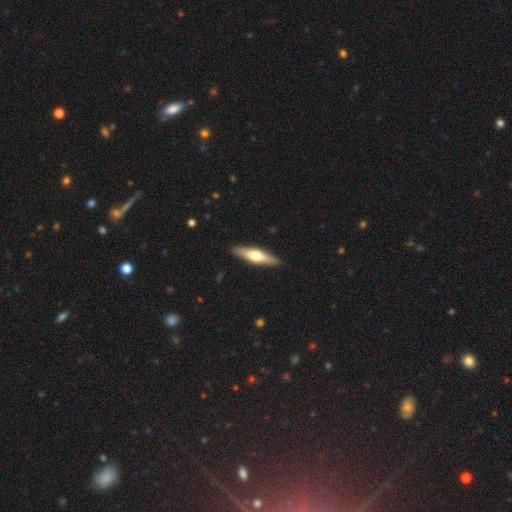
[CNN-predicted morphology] Smooth or featured? smooth (49%)
Merging? none (90%)